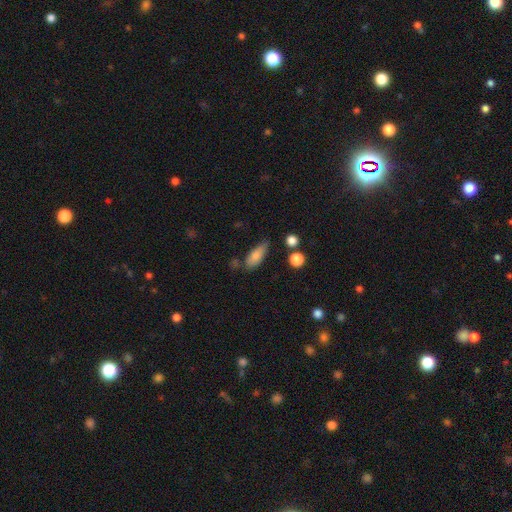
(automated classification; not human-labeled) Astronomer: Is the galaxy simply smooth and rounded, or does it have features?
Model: smooth — 78%.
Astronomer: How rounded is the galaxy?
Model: in between — 69%.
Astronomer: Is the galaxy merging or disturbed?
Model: none — 61%.